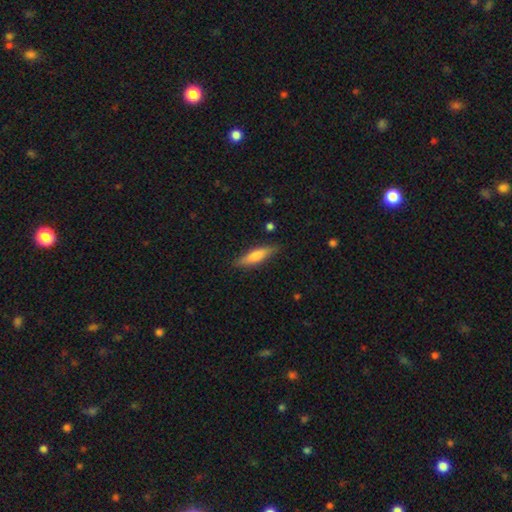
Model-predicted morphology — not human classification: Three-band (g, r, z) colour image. It shows a smooth galaxy with no disk features (61%) that is cigar-shaped (72%). Merging: none (86%).